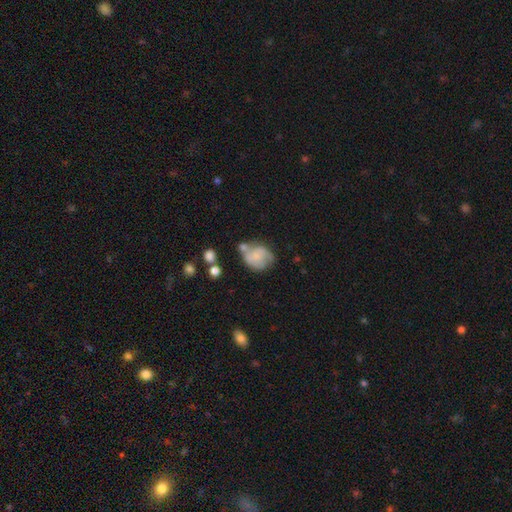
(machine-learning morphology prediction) Overall: smooth (52%; featured or disk 39%). How rounded: round (63%; in between 36%). Merging: none (38%; minor disturbance 26%).